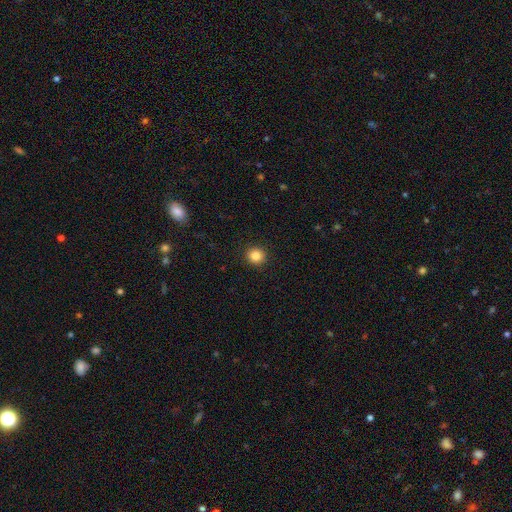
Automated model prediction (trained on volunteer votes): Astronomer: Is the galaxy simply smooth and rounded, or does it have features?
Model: smooth — 85%.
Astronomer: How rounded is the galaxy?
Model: round — 92%.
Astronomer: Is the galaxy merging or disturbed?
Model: none — 93%.